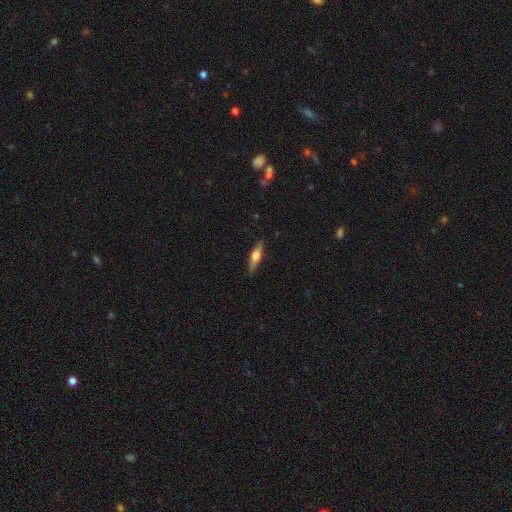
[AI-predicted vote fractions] Smooth or featured: featured or disk — 47% (smooth — 46%)
Merging: none — 87% (minor disturbance — 10%)